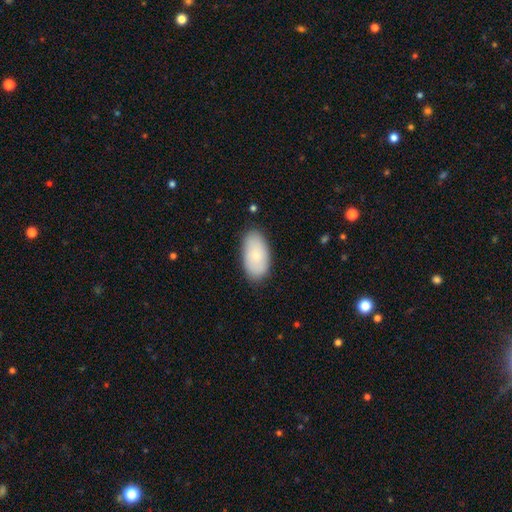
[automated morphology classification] Smooth or featured: smooth — 81% (featured or disk — 13%)
How rounded: in between — 95% (round — 2%)
Merging: none — 83% (minor disturbance — 13%)